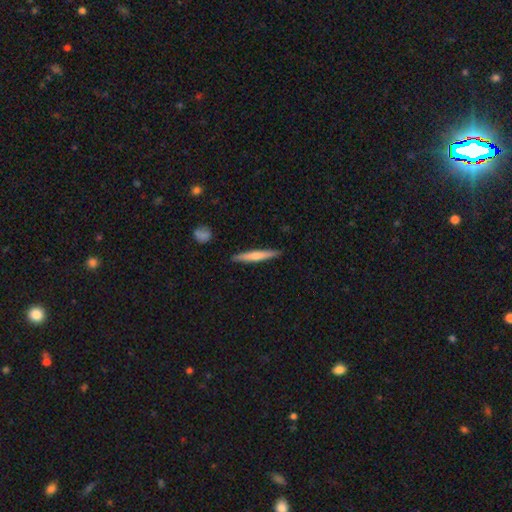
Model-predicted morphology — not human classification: smooth 59%, featured or disk 36%, star or artifact 5%. Down the decision tree: how rounded — cigar-shaped (94%); merging — none (89%).